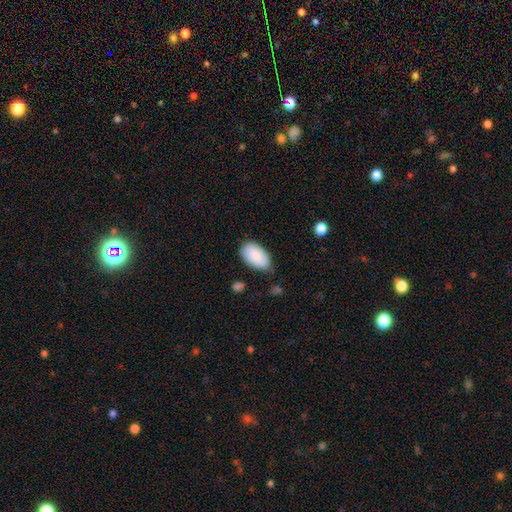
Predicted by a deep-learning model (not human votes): smooth-or-featured: smooth: 86% | featured or disk: 8% | star or artifact: 6%
  how-rounded: in between: 95% | round: 3% | cigar-shaped: 1%
  merging: none: 79% | minor disturbance: 16% | major disturbance: 3% | merger: 2%